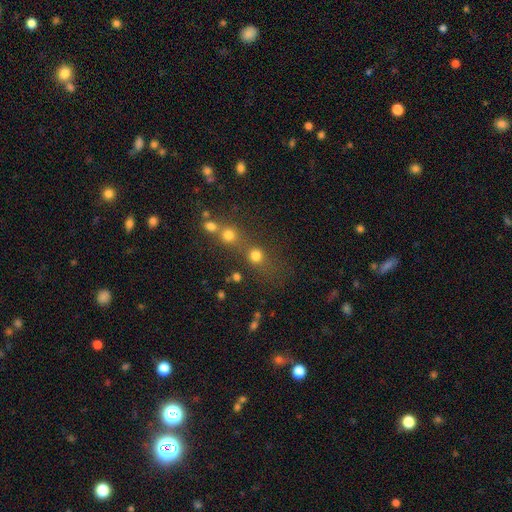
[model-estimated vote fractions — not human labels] smooth_or_featured: smooth (p=0.73) [alt: star or artifact p=0.18]
how_rounded: round (p=0.85) [alt: in between p=0.13]
merging: none (p=0.47) [alt: merger p=0.38]